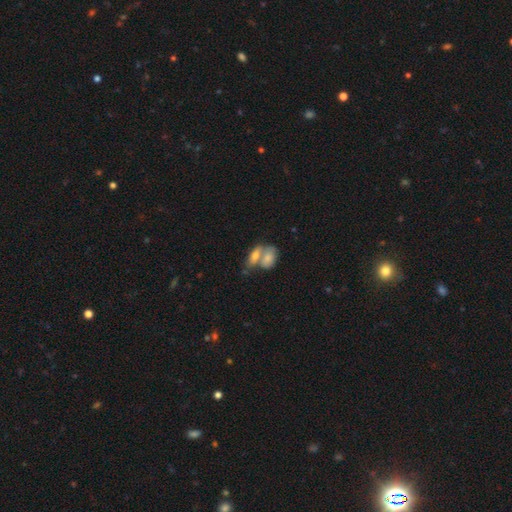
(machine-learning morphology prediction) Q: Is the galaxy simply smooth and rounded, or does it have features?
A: smooth — 49%.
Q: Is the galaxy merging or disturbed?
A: merger — 64%.